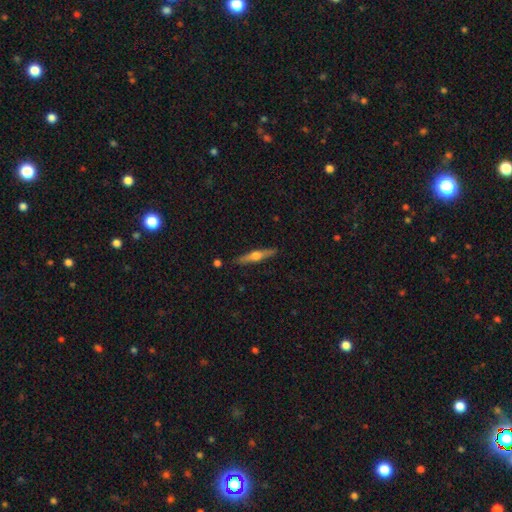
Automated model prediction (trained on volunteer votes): featured or disk 62%, smooth 32%, star or artifact 6%. Down the decision tree: edge-on disk — yes (96%); edge-on bulge — rounded (92%); merging — none (88%).